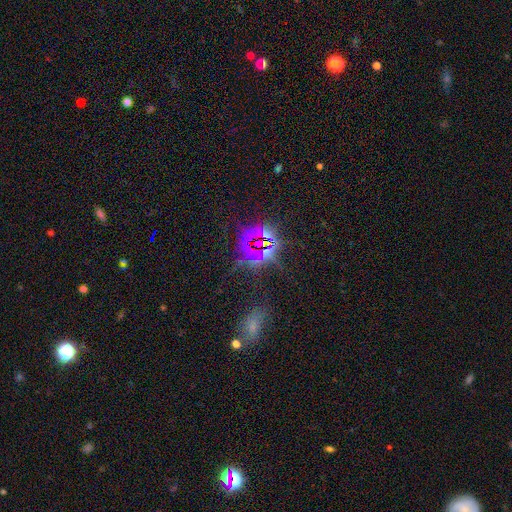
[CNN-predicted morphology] Smooth or featured?
  - star or artifact: 73% *
  - smooth: 16%
  - featured or disk: 12%